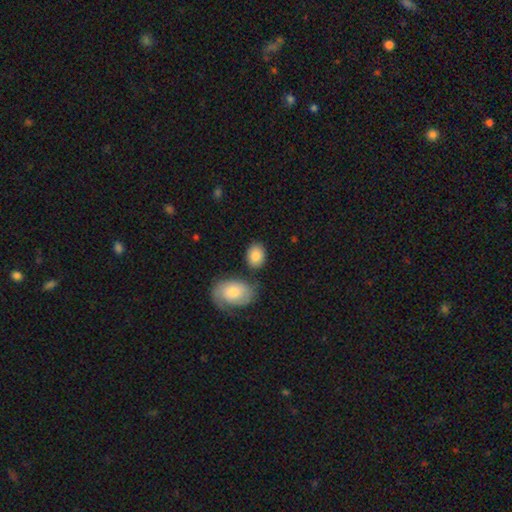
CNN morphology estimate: smooth 84%, featured or disk 9%, star or artifact 6%. Down the decision tree: how rounded — in between (70%); merging — none (72%).